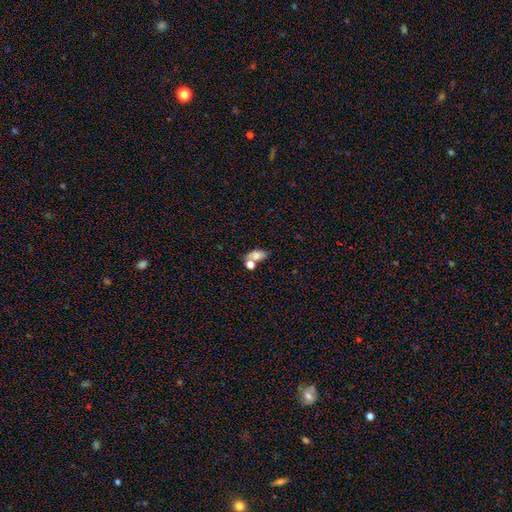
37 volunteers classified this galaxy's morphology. type=smooth (70%); roundness=in between (73%); merging=none (53%).